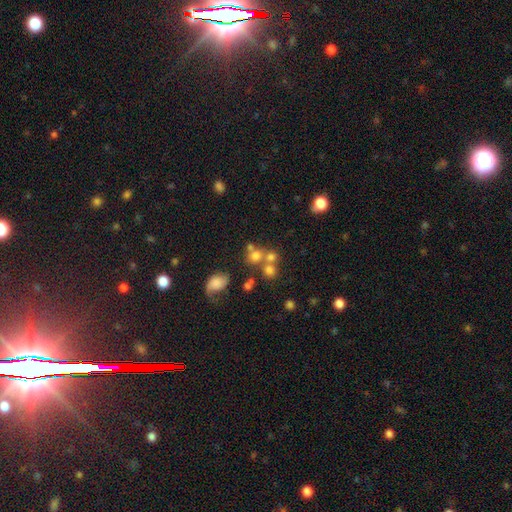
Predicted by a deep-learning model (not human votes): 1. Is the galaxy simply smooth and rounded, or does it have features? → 65% smooth, 19% featured or disk, 16% star or artifact.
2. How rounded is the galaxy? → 76% round, 23% in between, 1% cigar-shaped.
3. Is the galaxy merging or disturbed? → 45% none, 39% merger, 10% minor disturbance, 6% major disturbance.